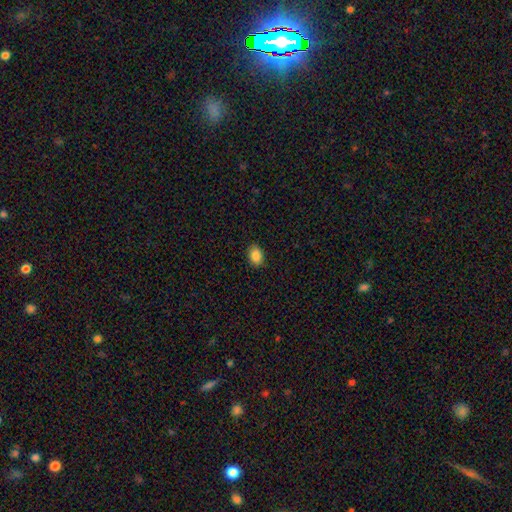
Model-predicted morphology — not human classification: Smooth or featured: smooth — 87% (star or artifact — 8%)
How rounded: in between — 78% (round — 21%)
Merging: none — 89% (minor disturbance — 8%)